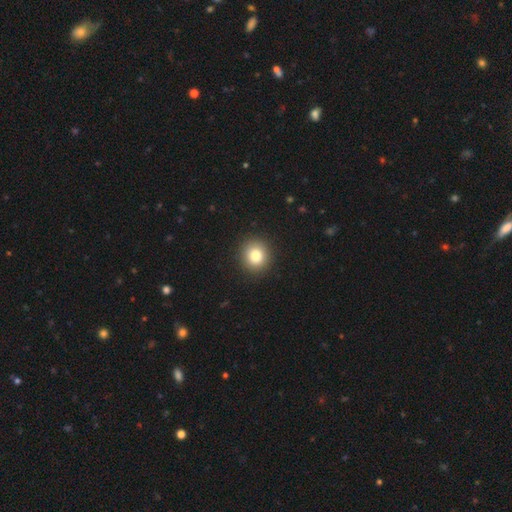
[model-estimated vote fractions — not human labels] Smooth or featured? Predicted: smooth (p=0.83). How rounded? Predicted: round (p=0.85). Merging? Predicted: none (p=0.91).